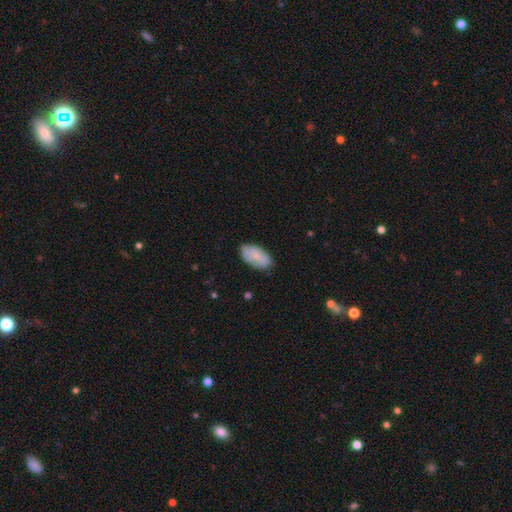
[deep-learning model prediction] smooth 76%, featured or disk 18%, star or artifact 6%. Down the decision tree: how rounded — in between (94%); merging — none (73%).